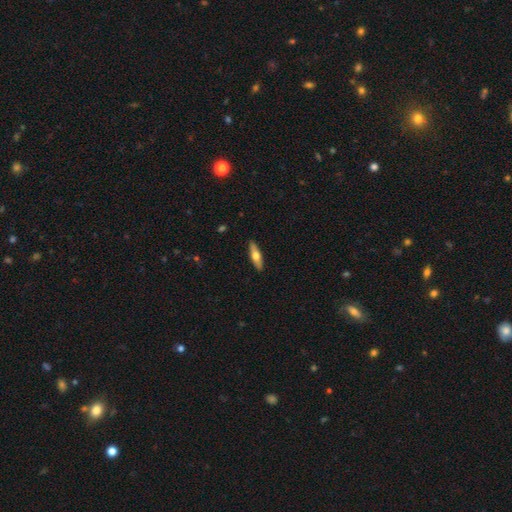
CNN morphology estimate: Smooth or featured? Predicted: smooth (p=0.50). Merging? Predicted: none (p=0.90).